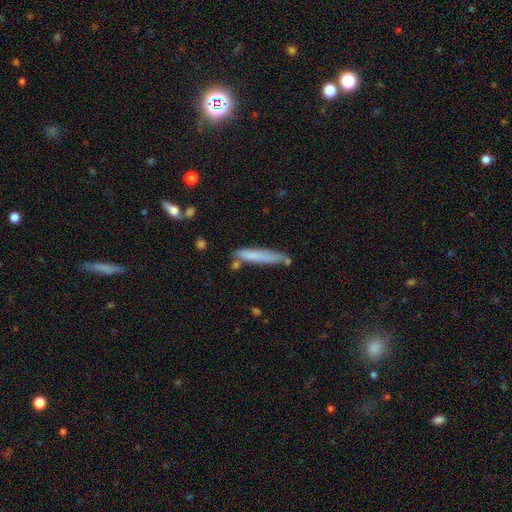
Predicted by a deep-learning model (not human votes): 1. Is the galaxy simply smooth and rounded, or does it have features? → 73% smooth, 20% featured or disk, 7% star or artifact.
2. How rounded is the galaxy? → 92% cigar-shaped, 7% in between, 1% round.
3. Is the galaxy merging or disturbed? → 70% none, 19% minor disturbance, 7% merger, 4% major disturbance.